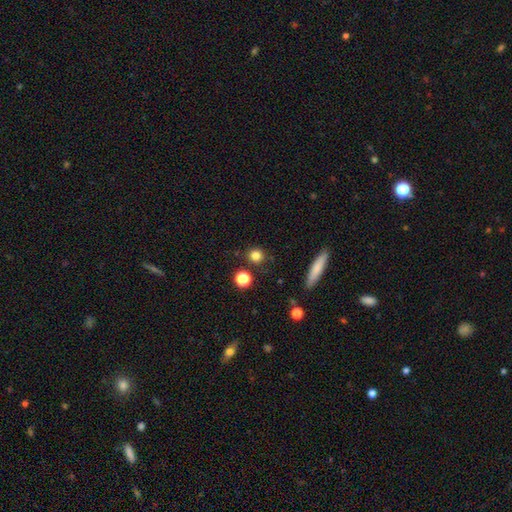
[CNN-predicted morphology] smooth-or-featured: smooth: 81% | star or artifact: 12% | featured or disk: 7%
  how-rounded: round: 88% | in between: 9% | cigar-shaped: 2%
  merging: none: 84% | minor disturbance: 8% | merger: 5% | major disturbance: 3%